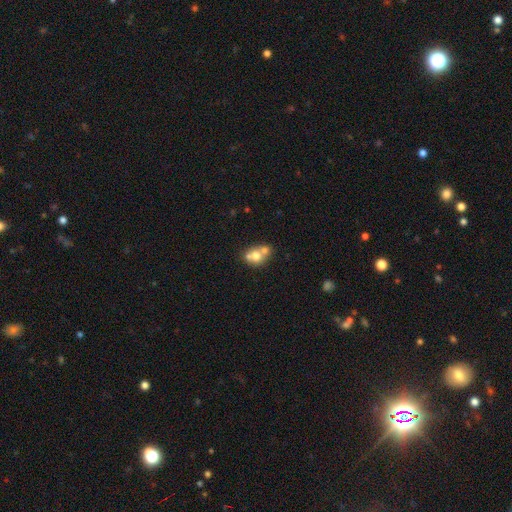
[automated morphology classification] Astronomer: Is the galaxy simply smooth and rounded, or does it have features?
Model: smooth — 63%.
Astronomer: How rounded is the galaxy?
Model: round — 59% (runner-up: in between, 39%).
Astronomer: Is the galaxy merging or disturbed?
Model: merger — 56% (runner-up: none, 32%).